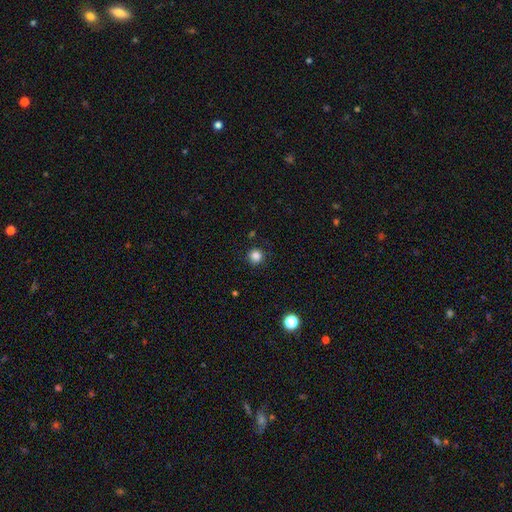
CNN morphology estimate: A smooth galaxy with no disk features (84%) that is round (94%).

Vote fractions:
- Smooth or featured? smooth: 84% / star or artifact: 12% / featured or disk: 4%
- How rounded? round: 94% / in between: 5% / cigar-shaped: 1%
- Merging? none: 88% / minor disturbance: 8% / major disturbance: 3% / merger: 1%